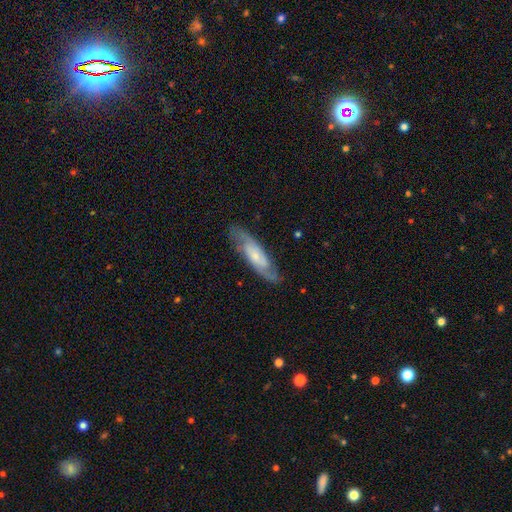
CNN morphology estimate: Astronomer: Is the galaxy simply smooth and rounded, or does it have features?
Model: featured or disk — 68%.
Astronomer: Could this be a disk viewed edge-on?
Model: no — 80%.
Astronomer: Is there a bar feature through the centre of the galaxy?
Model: no — 61%.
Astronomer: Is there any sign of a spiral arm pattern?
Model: yes — 91%.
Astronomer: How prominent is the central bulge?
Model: small — 54% (runner-up: moderate, 31%).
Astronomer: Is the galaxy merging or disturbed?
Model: none — 79%.